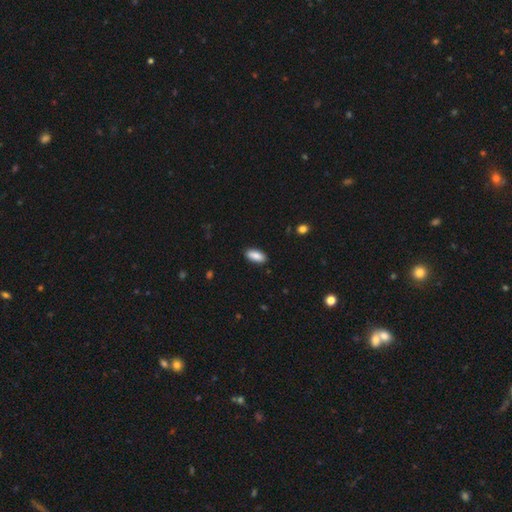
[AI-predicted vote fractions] Smooth or featured? smooth (88%)
How rounded? in between (86%)
Merging? none (88%)